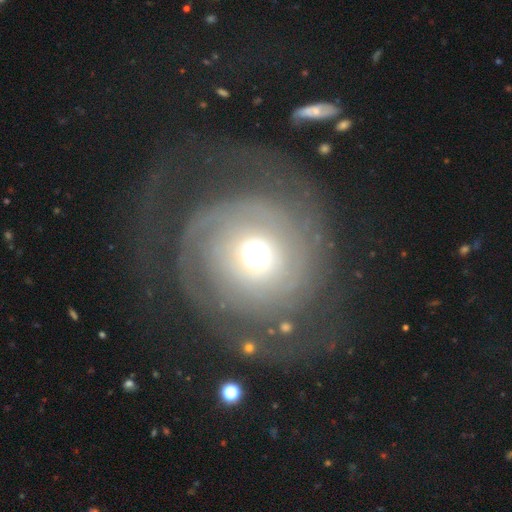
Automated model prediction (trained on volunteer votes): This appears to be a featured or disk galaxy (58%) with no bar (85%), spiral arms (68%) and a moderate central bulge (55%). Merging: none (58%).